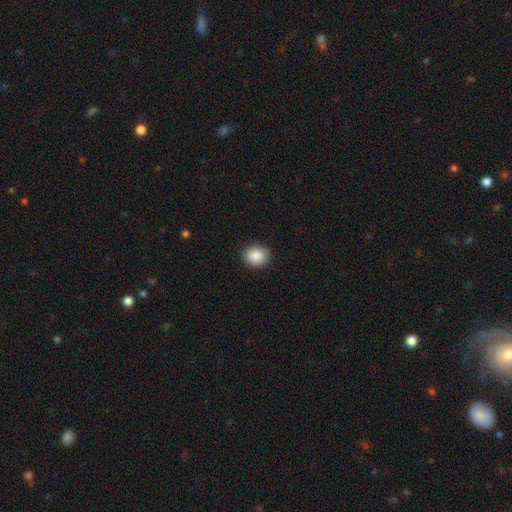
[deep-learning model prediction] Smooth or featured?
  - smooth: 88% *
  - star or artifact: 8%
  - featured or disk: 3%
How rounded?
  - round: 79% *
  - in between: 20%
  - cigar-shaped: 1%
Merging?
  - none: 90% *
  - minor disturbance: 7%
  - major disturbance: 2%
  - merger: 1%